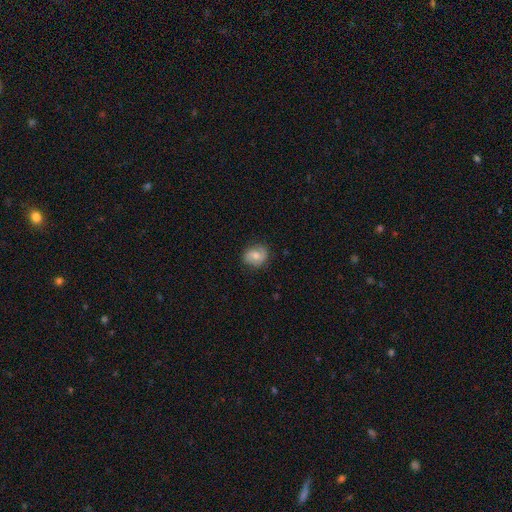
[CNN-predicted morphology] This appears to be a smooth galaxy with no disk features (63%) that is round (62%). Merging: none (81%).